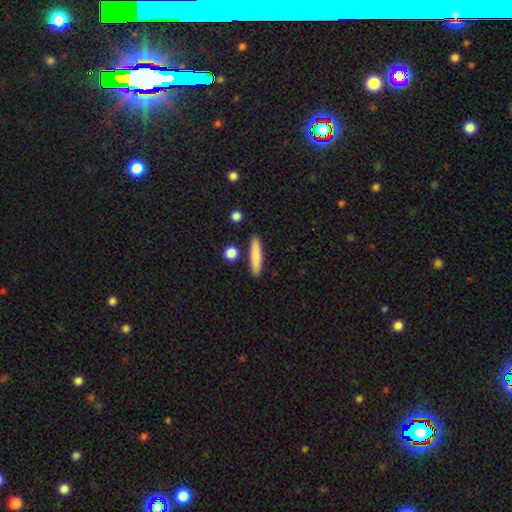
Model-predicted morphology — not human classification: This appears to be a smooth galaxy with no disk features (79%) that is cigar-shaped (87%). Merging: none (87%).